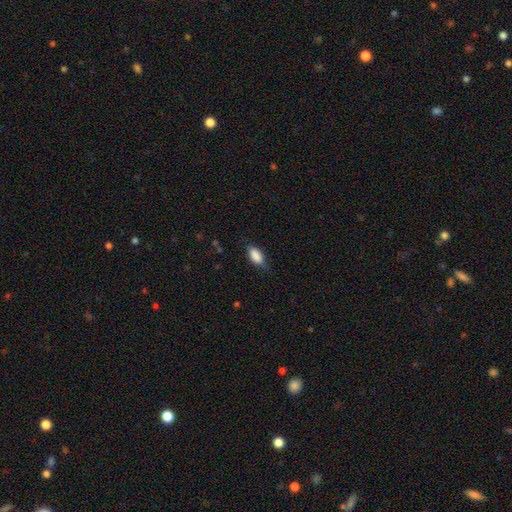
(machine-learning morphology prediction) Smooth or featured: smooth — 86% (star or artifact — 7%)
How rounded: in between — 85% (cigar-shaped — 12%)
Merging: none — 67% (minor disturbance — 26%)